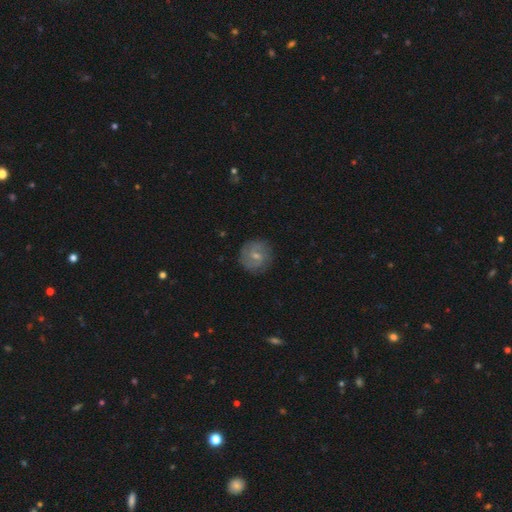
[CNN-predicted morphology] smooth_or_featured: featured or disk (p=0.53) [alt: smooth p=0.40]
disk_edge_on: no (p=0.97) [alt: yes p=0.03]
bar: weak (p=0.50) [alt: no p=0.42]
has_spiral_arms: yes (p=0.79) [alt: no p=0.21]
bulge_size: small (p=0.53) [alt: moderate p=0.40]
merging: none (p=0.80) [alt: minor disturbance p=0.14]